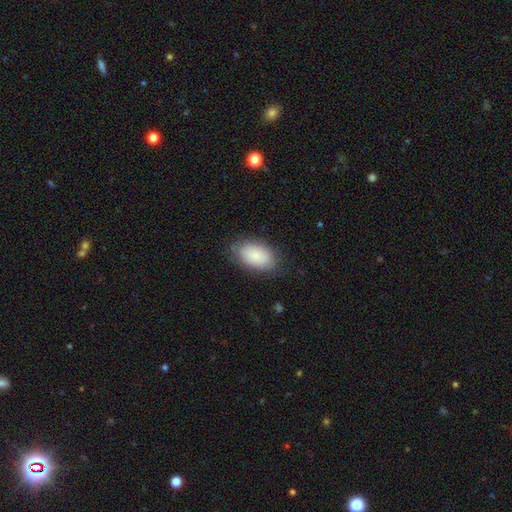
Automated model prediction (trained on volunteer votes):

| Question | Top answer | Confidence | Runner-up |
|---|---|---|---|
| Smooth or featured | smooth | 81% | featured or disk (12%) |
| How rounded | in between | 93% | round (6%) |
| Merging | none | 79% | minor disturbance (15%) |